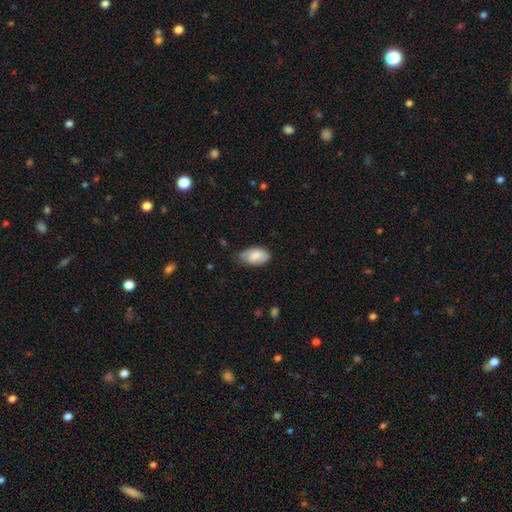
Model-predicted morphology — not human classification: type=smooth (78%); roundness=in between (94%); merging=none (54%).